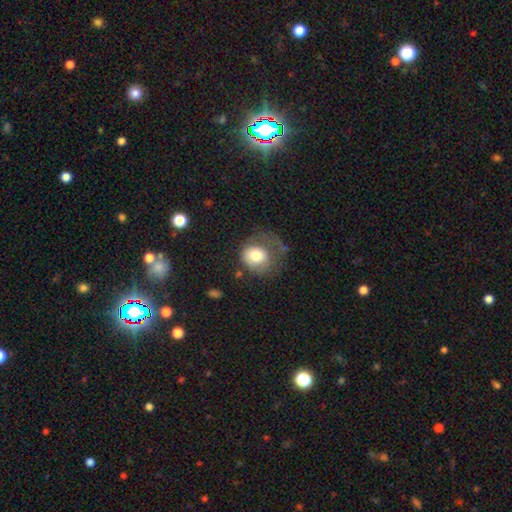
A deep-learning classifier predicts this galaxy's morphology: The model was most divided on "merging": major disturbance: 39%, none: 32%, minor disturbance: 26%, merger: 3%. More confident: smooth or featured — smooth (73%); how rounded — round (71%).